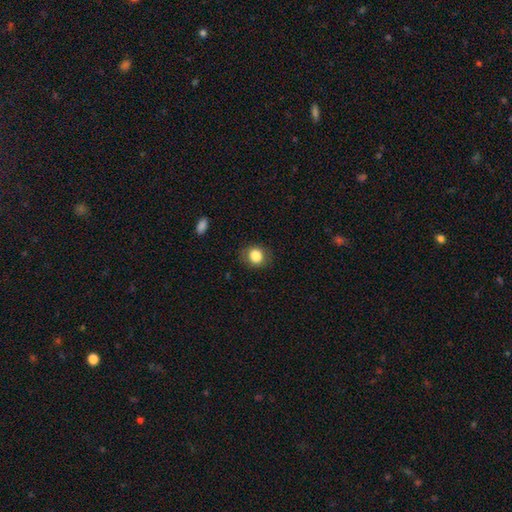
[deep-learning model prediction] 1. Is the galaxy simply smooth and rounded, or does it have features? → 84% smooth, 9% star or artifact, 7% featured or disk.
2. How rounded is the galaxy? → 71% round, 28% in between, 1% cigar-shaped.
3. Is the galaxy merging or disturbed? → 82% none, 13% minor disturbance, 4% major disturbance, 1% merger.